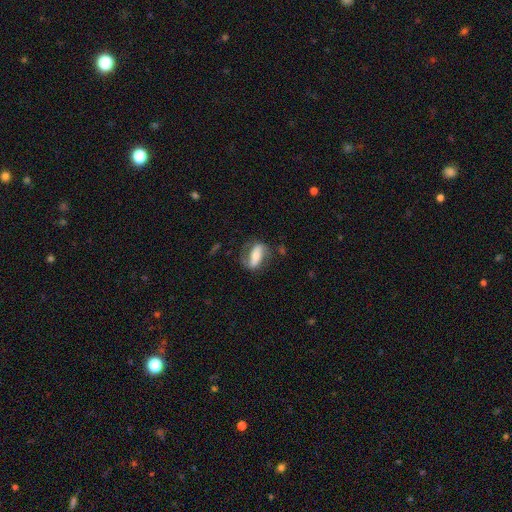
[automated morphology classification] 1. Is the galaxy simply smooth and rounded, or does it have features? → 63% featured or disk, 31% smooth, 6% star or artifact.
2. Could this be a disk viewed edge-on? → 88% no, 12% yes.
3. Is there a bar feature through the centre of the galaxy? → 55% strong, 23% no, 22% weak.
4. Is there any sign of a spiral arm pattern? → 79% yes, 21% no.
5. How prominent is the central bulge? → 53% moderate, 30% small, 12% large, 3% dominant, 3% none.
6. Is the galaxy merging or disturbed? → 65% none, 20% minor disturbance, 13% major disturbance, 3% merger.